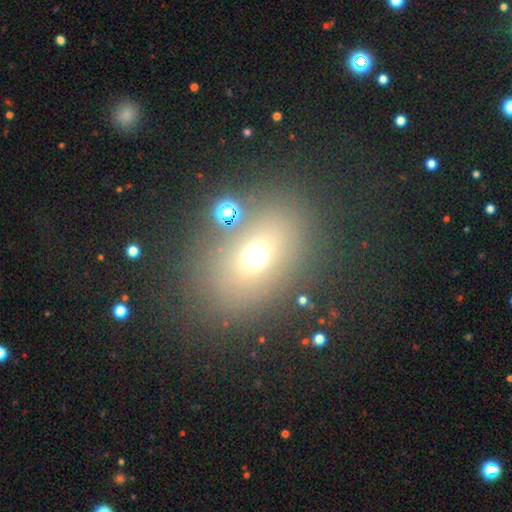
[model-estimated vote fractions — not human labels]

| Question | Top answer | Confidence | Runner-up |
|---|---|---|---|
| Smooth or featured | smooth | 62% | star or artifact (23%) |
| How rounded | in between | 63% | round (35%) |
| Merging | none | 74% | minor disturbance (11%) |